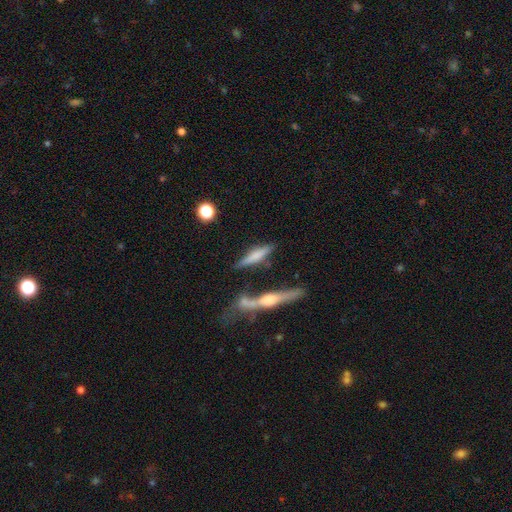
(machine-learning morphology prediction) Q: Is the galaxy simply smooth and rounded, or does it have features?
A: smooth — 48%.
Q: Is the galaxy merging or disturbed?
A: none — 66%.